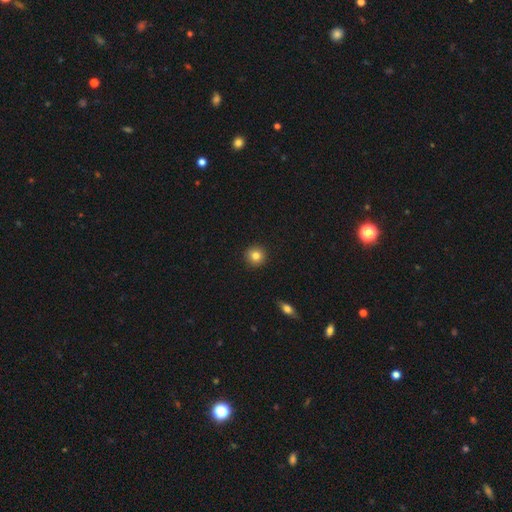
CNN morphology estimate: This is clearly a smooth galaxy (83%). How rounded: clearly round (94%). Merging: clearly none (92%).